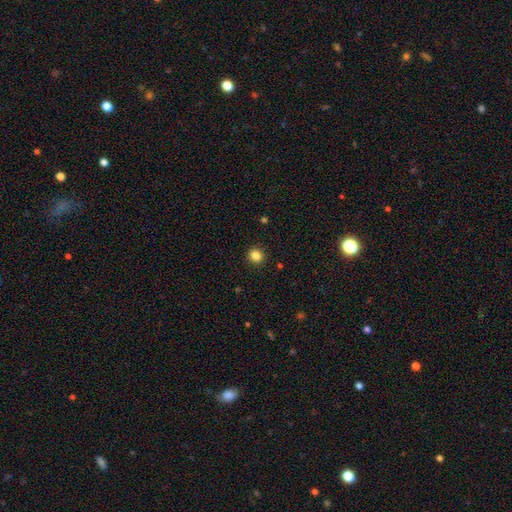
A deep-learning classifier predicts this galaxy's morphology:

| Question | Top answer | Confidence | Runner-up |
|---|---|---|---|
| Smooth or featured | smooth | 84% | star or artifact (12%) |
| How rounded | round | 88% | in between (11%) |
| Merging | none | 92% | minor disturbance (5%) |